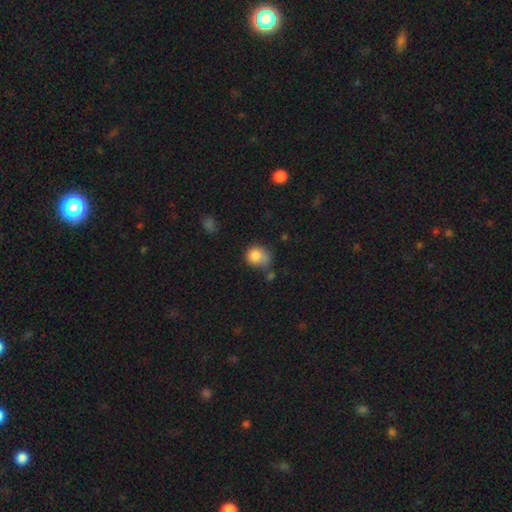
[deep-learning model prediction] Q: Smooth or featured?
A: smooth (82%); runner-up: star or artifact (9%)
Q: How rounded?
A: round (72%); runner-up: in between (28%)
Q: Merging?
A: none (45%); runner-up: minor disturbance (30%)